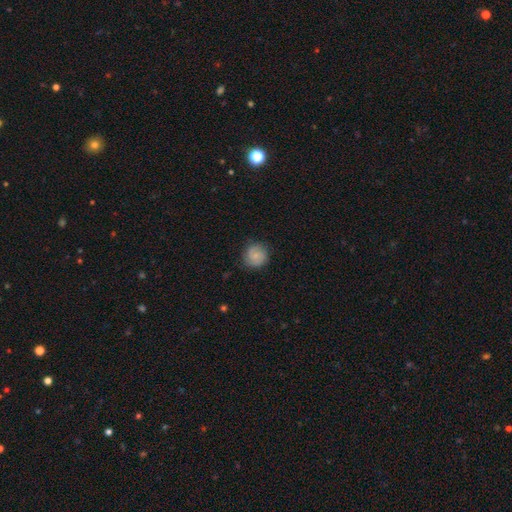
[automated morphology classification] A smooth galaxy with no disk features (65%) that is round (88%).

Vote fractions:
- Smooth or featured? smooth: 65% / featured or disk: 28% / star or artifact: 8%
- How rounded? round: 88% / in between: 11% / cigar-shaped: 1%
- Merging? none: 78% / minor disturbance: 17% / major disturbance: 4% / merger: 1%